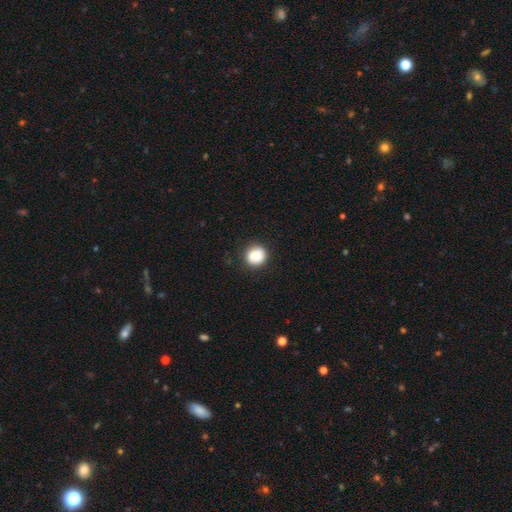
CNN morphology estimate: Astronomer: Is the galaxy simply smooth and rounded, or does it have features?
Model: smooth — 86%.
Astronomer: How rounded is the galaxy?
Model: round — 85%.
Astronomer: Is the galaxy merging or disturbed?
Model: none — 85%.